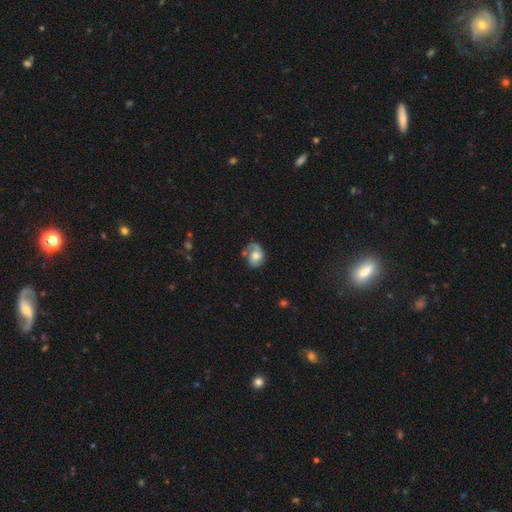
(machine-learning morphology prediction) smooth-or-featured: featured or disk: 62% | smooth: 31% | star or artifact: 7%
  disk-edge-on: no: 97% | yes: 3%
    bar: no: 67% | weak: 28% | strong: 5%
    has-spiral-arms: yes: 88% | no: 12%
      spiral-winding: medium: 42% | tight: 32% | loose: 26%
      spiral-arm-count: 2: 54% | 1: 34% | can't tell: 8% | 3: 2% | 4: 1% | more than 4: 1%
    bulge-size: moderate: 53% | large: 25% | small: 16% | none: 5% | dominant: 2%
  merging: none: 53% | minor disturbance: 26% | major disturbance: 16% | merger: 5%